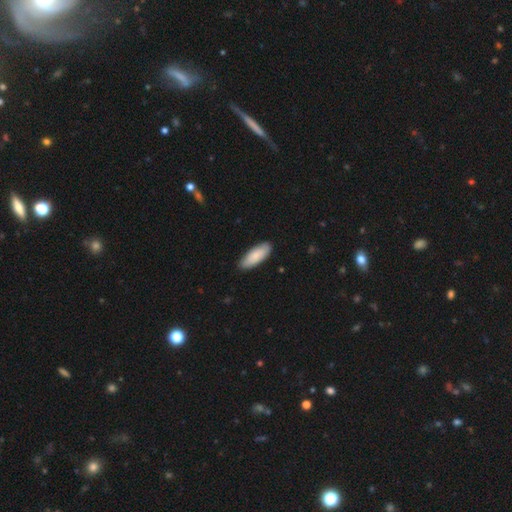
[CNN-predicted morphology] smooth 85%, featured or disk 10%, star or artifact 5%. Down the decision tree: how rounded — in between (74%); merging — none (87%).